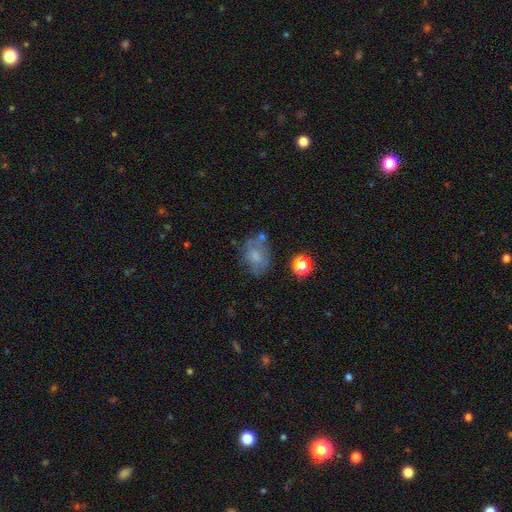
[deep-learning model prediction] Smooth or featured?
  - smooth: 60% *
  - featured or disk: 28%
  - star or artifact: 12%
How rounded?
  - in between: 64% *
  - round: 34%
  - cigar-shaped: 1%
Merging?
  - none: 54% *
  - minor disturbance: 24%
  - major disturbance: 13%
  - merger: 9%